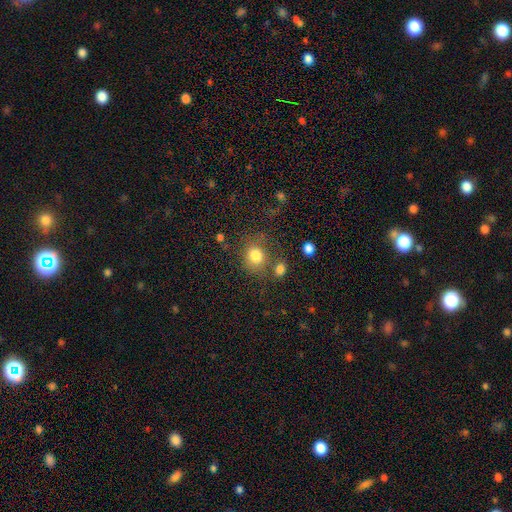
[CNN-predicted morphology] This is clearly a smooth galaxy (81%). How rounded: likely round (71%). Merging: likely none (63%).